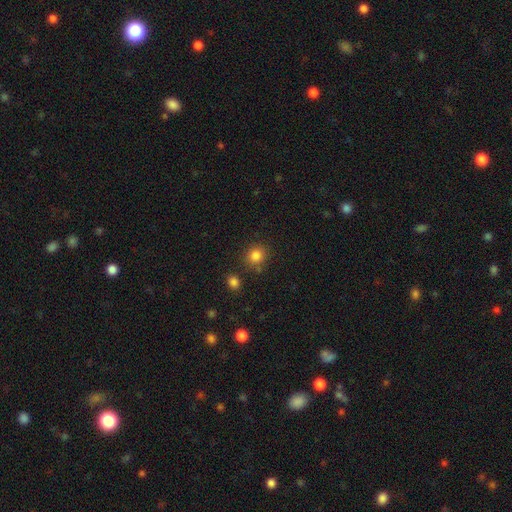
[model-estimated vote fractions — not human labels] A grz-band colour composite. It shows a smooth galaxy with no disk features (83%) that is round (84%). Merging: none (82%).